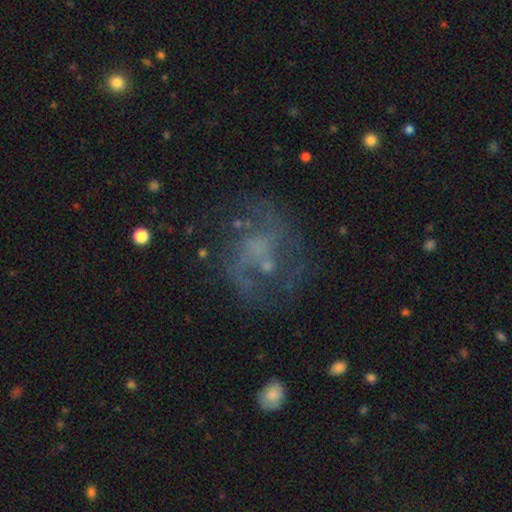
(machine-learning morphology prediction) Smooth or featured? featured or disk (65%)
Edge-on disk? no (98%)
Bar? no (62%)
Spiral arms? yes (74%)
Bulge size? none (45%)
Merging? none (60%)